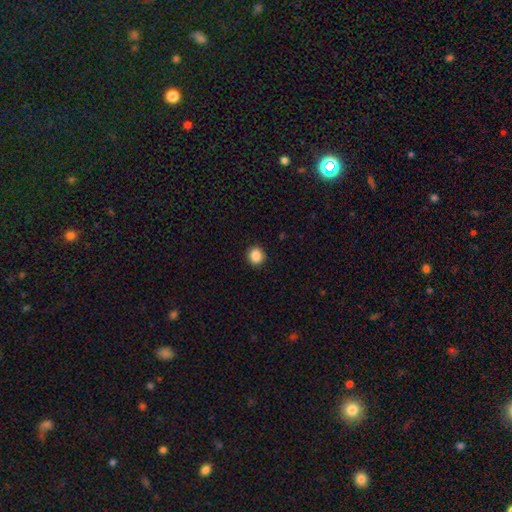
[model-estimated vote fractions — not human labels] A smooth galaxy with no disk features (88%) that is round (84%).

Vote fractions:
- Smooth or featured? smooth: 88% / star or artifact: 9% / featured or disk: 3%
- How rounded? round: 84% / in between: 15% / cigar-shaped: 1%
- Merging? none: 91% / minor disturbance: 6% / major disturbance: 2% / merger: 1%